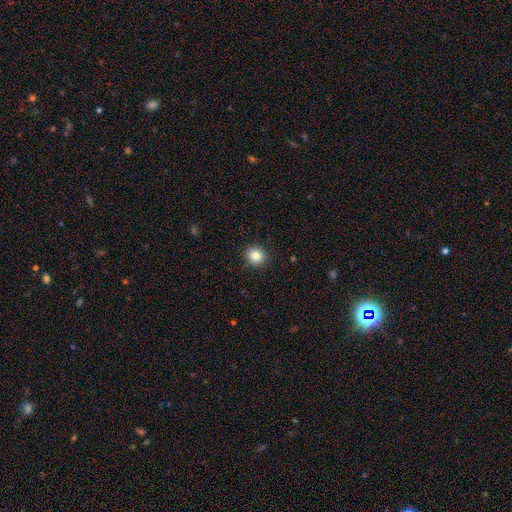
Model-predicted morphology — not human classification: The model was most divided on "smooth or featured": smooth: 84%, star or artifact: 10%, featured or disk: 6%. More confident: merging — none (91%); how rounded — round (88%).